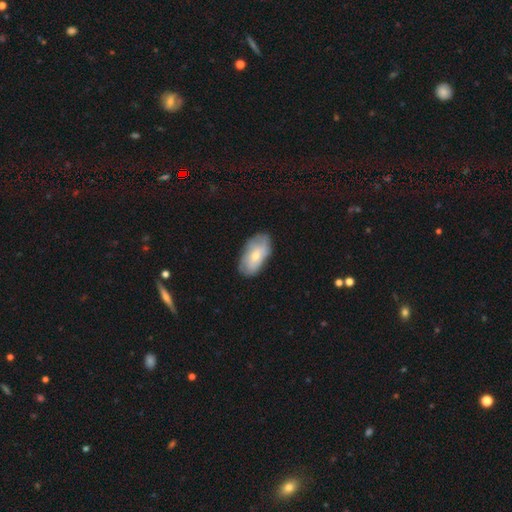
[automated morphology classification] type=smooth (59%); roundness=in between (93%); merging=none (75%).